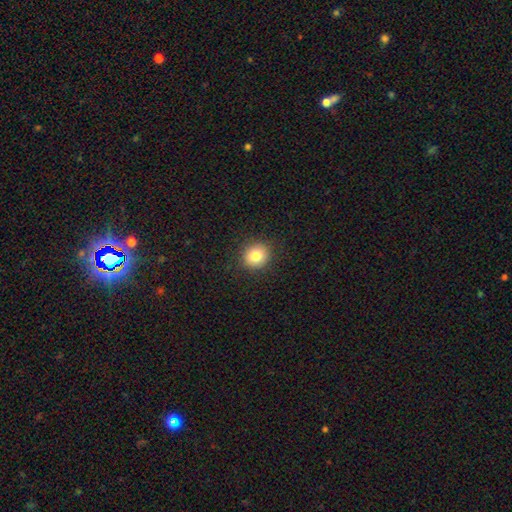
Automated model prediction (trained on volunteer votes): Smooth or featured: smooth — 83% (star or artifact — 10%)
How rounded: round — 84% (in between — 15%)
Merging: none — 90% (minor disturbance — 7%)